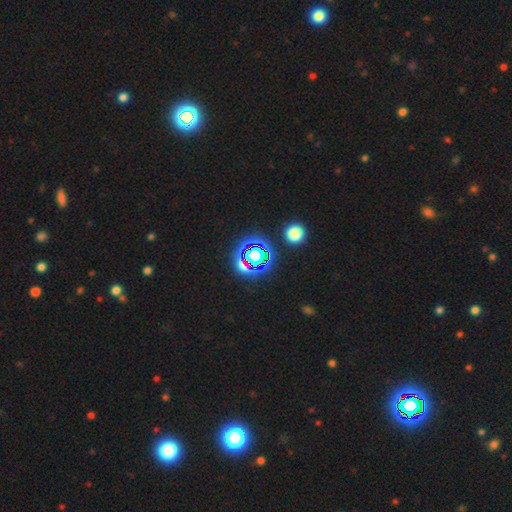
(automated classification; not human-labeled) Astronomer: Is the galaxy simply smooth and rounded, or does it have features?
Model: star or artifact — 70%.